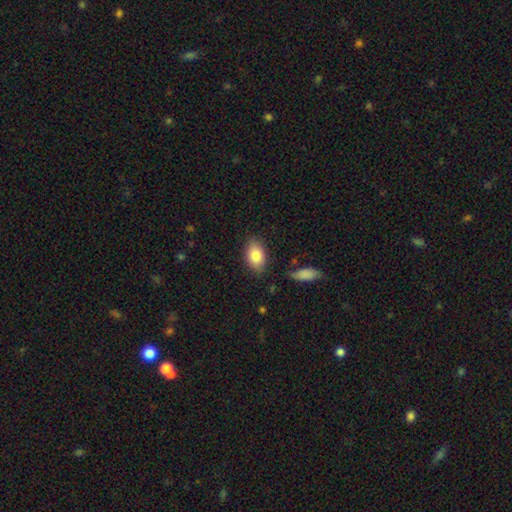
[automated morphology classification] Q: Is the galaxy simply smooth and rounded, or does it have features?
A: smooth — 84%.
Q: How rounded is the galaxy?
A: in between — 88%.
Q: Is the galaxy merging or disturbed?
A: none — 82%.